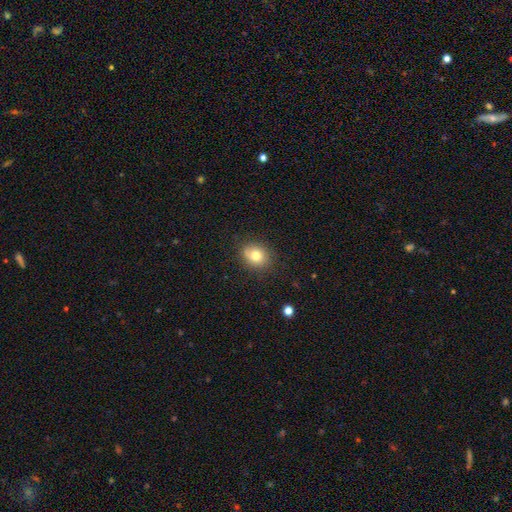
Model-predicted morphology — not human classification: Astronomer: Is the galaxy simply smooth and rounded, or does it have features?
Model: smooth — 77%.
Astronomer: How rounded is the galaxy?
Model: round — 62%.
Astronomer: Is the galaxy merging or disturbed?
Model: none — 81%.